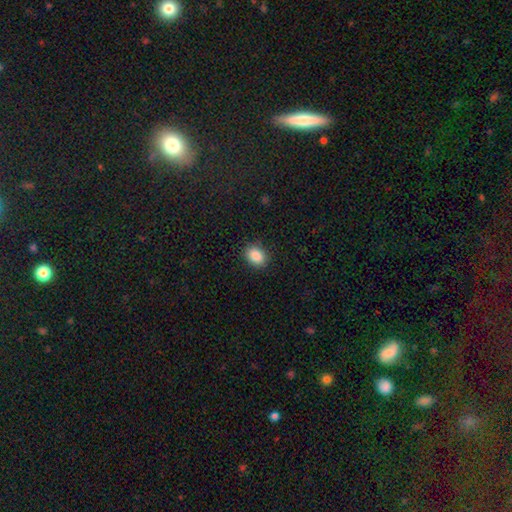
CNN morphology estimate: Smooth or featured? Predicted: smooth (p=0.88). How rounded? Predicted: in between (p=0.69). Merging? Predicted: none (p=0.88).